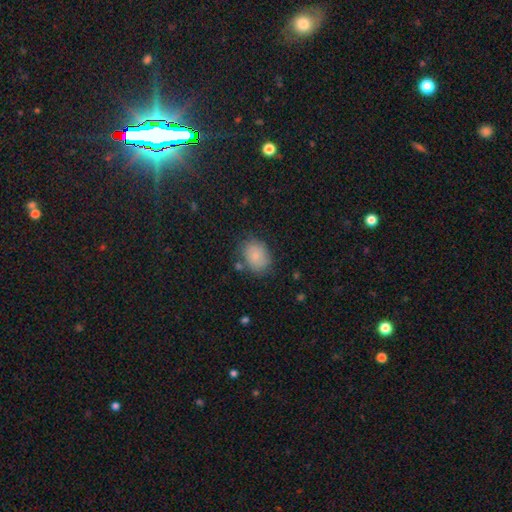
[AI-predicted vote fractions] smooth-or-featured: smooth: 81% | featured or disk: 11% | star or artifact: 9%
  how-rounded: in between: 62% | round: 37% | cigar-shaped: 1%
  merging: none: 73% | minor disturbance: 18% | major disturbance: 5% | merger: 4%